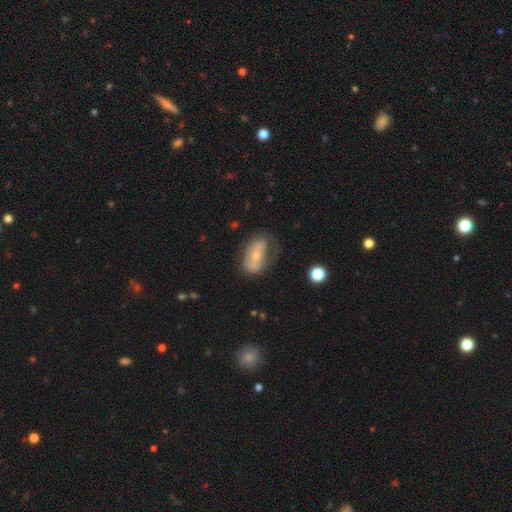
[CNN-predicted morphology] smooth-or-featured: featured or disk: 54% | smooth: 39% | star or artifact: 7%
  disk-edge-on: no: 91% | yes: 9%
  merging: none: 49% | minor disturbance: 29% | major disturbance: 19% | merger: 3%